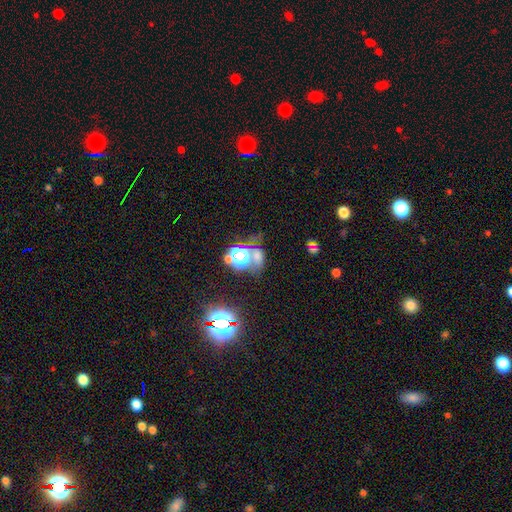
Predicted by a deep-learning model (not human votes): star or artifact 51%, smooth 36%, featured or disk 13%.